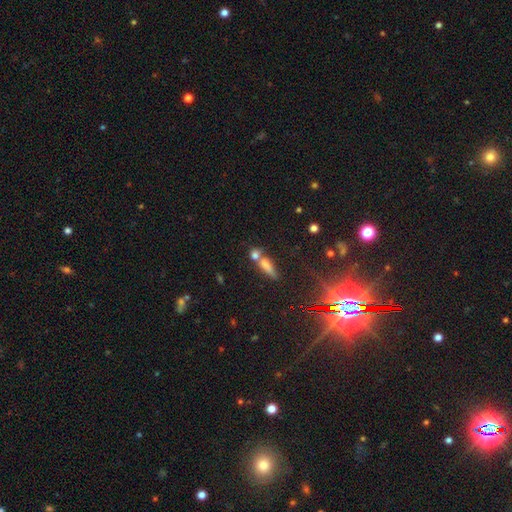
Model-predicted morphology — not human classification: smooth_or_featured: smooth (p=0.70) [alt: star or artifact p=0.16]
how_rounded: round (p=0.40) [alt: in between p=0.35]
merging: none (p=0.43) [alt: merger p=0.41]